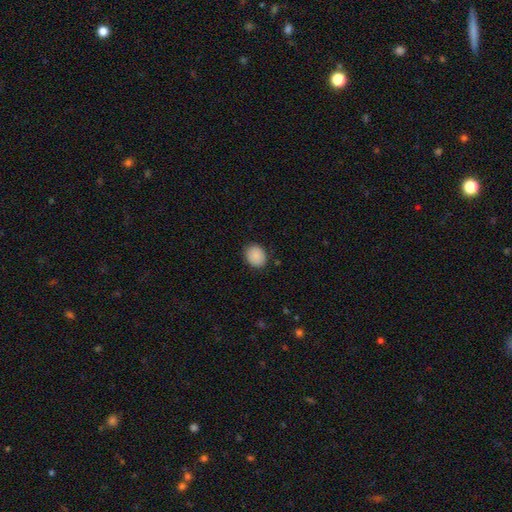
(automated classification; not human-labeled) The model was most divided on "how rounded": round: 57%, in between: 42%, cigar-shaped: 1%. More confident: smooth or featured — smooth (88%); merging — none (86%).